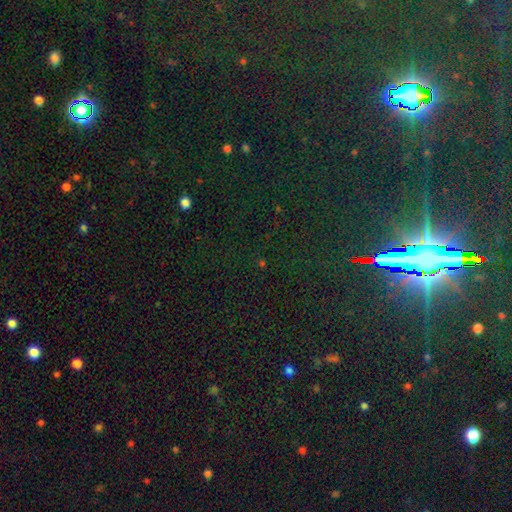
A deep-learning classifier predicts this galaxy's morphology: type=star or artifact (79%).